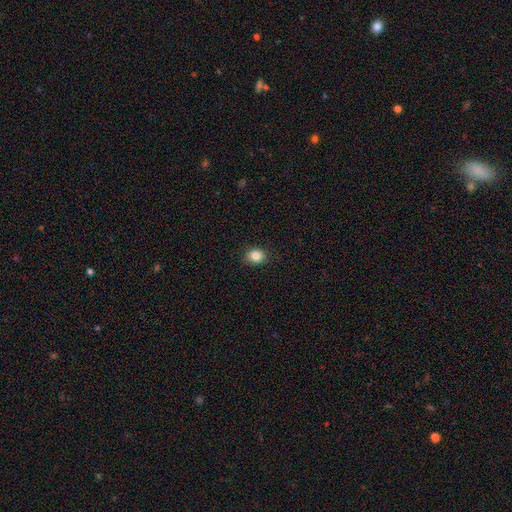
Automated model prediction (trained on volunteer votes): The model was most divided on "how rounded": round: 64%, in between: 36%, cigar-shaped: 1%. More confident: merging — none (89%); smooth or featured — smooth (84%).